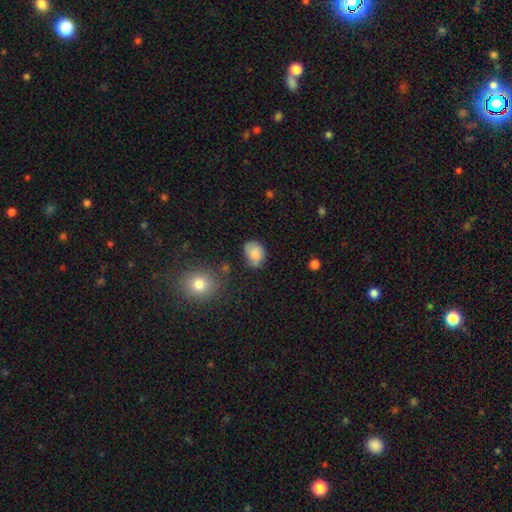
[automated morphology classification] Smooth or featured? Predicted: smooth (p=0.76). How rounded? Predicted: in between (p=0.63). Merging? Predicted: none (p=0.56).